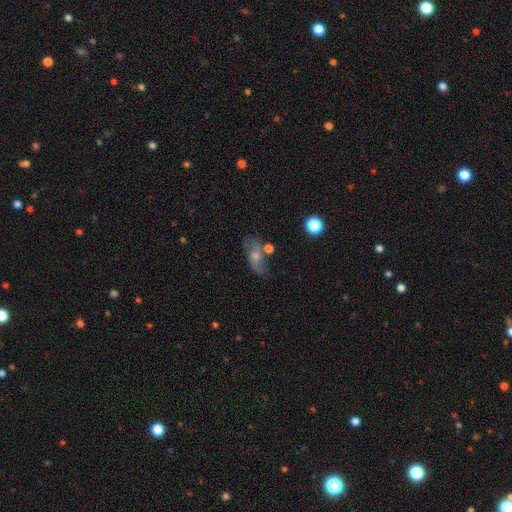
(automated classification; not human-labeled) Smooth or featured?
  - smooth: 53% *
  - featured or disk: 36%
  - star or artifact: 11%
How rounded?
  - in between: 81% *
  - round: 10%
  - cigar-shaped: 9%
Merging?
  - none: 49% *
  - minor disturbance: 24%
  - major disturbance: 14%
  - merger: 13%